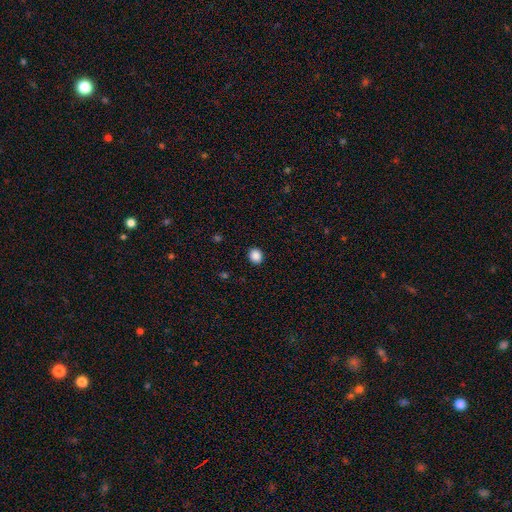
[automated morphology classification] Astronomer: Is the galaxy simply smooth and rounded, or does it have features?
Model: smooth — 88%.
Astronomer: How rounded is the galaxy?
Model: round — 72%.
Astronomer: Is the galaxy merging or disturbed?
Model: none — 91%.